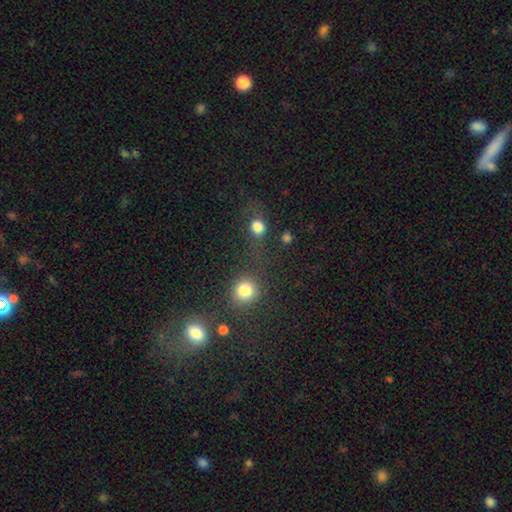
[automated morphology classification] Smooth or featured?
  - smooth: 54% *
  - star or artifact: 37%
  - featured or disk: 9%
How rounded?
  - round: 89% *
  - in between: 10%
  - cigar-shaped: 2%
Merging?
  - none: 59% *
  - merger: 24%
  - minor disturbance: 9%
  - major disturbance: 8%